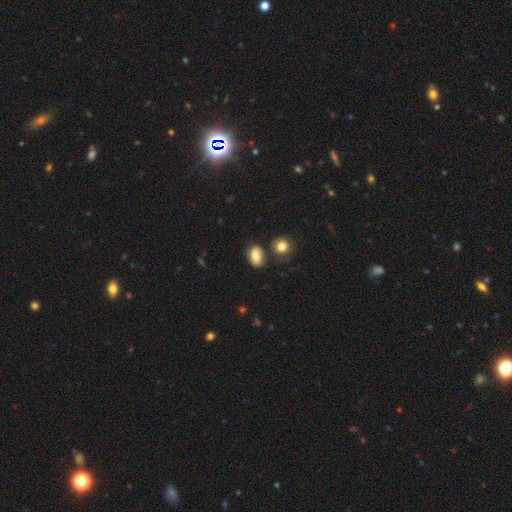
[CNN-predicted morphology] Smooth or featured: smooth — 76% (featured or disk — 15%)
How rounded: in between — 80% (round — 17%)
Merging: none — 66% (minor disturbance — 18%)